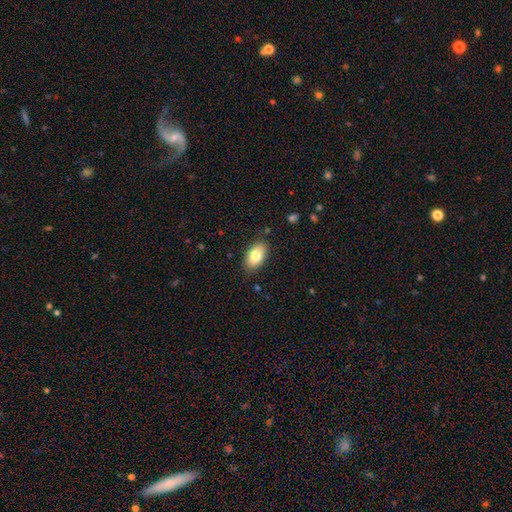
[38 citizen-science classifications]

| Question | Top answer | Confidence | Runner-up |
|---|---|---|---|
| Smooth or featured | smooth | 76% | featured or disk (16%) |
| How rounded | in between | 93% | round (3%) |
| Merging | none | 89% | minor disturbance (11%) |